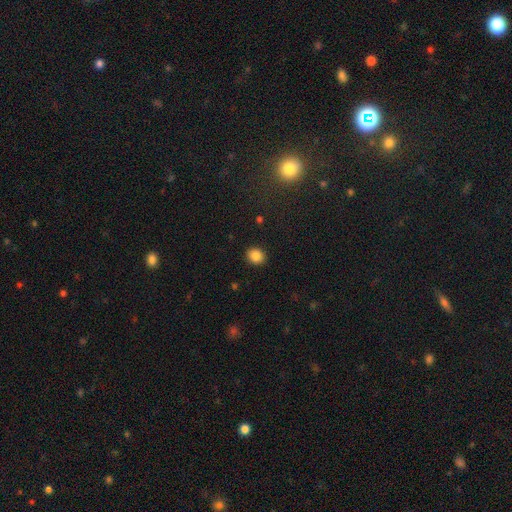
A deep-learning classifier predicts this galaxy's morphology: smooth-or-featured: smooth: 86% | star or artifact: 10% | featured or disk: 4%
  how-rounded: round: 71% | in between: 28% | cigar-shaped: 1%
  merging: none: 90% | minor disturbance: 6% | major disturbance: 2% | merger: 1%